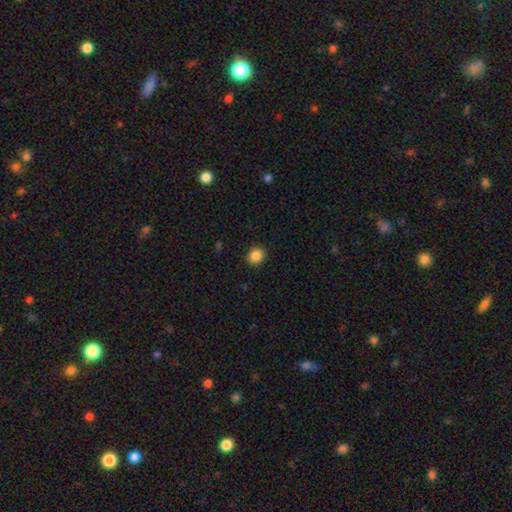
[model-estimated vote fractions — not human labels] Q: Smooth or featured?
A: smooth (87%); runner-up: star or artifact (10%)
Q: How rounded?
A: round (83%); runner-up: in between (16%)
Q: Merging?
A: none (91%); runner-up: minor disturbance (6%)